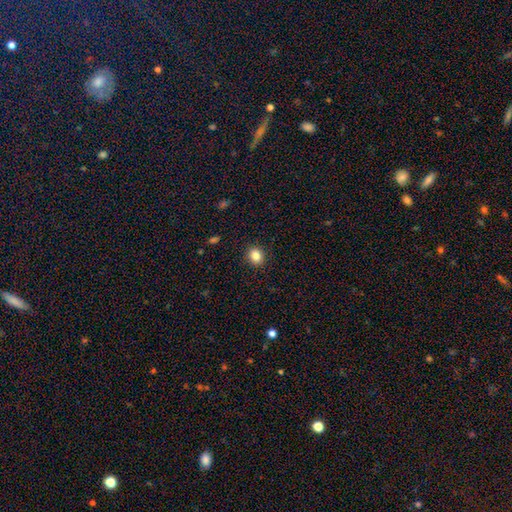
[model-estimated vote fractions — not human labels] Smooth or featured: smooth — 85% (star or artifact — 10%)
How rounded: round — 65% (in between — 34%)
Merging: none — 91% (minor disturbance — 6%)